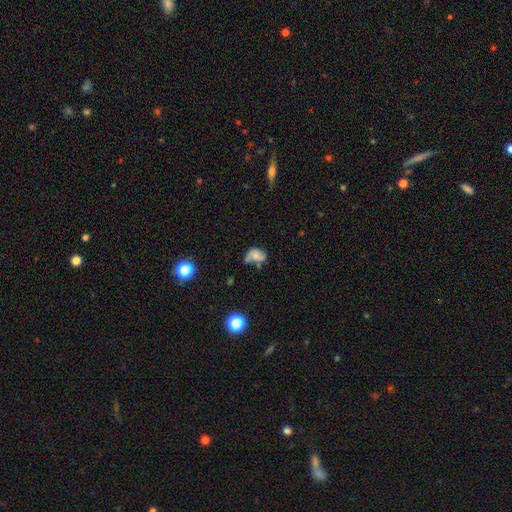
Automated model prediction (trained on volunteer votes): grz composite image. It shows a smooth galaxy with no disk features (45%). Merging: minor disturbance (32%).